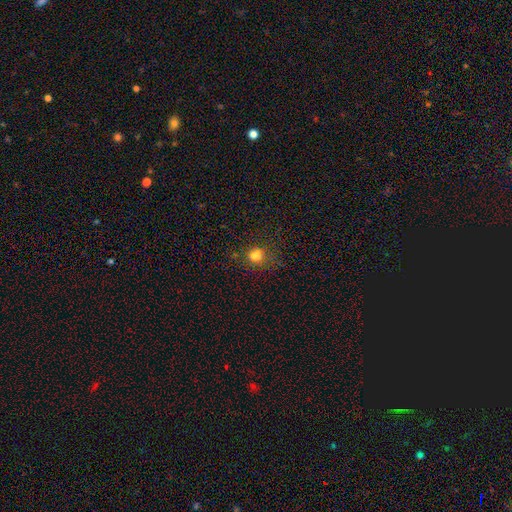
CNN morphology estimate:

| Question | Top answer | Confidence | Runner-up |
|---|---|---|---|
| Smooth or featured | smooth | 74% | star or artifact (18%) |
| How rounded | round | 74% | in between (25%) |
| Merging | none | 59% | minor disturbance (17%) |